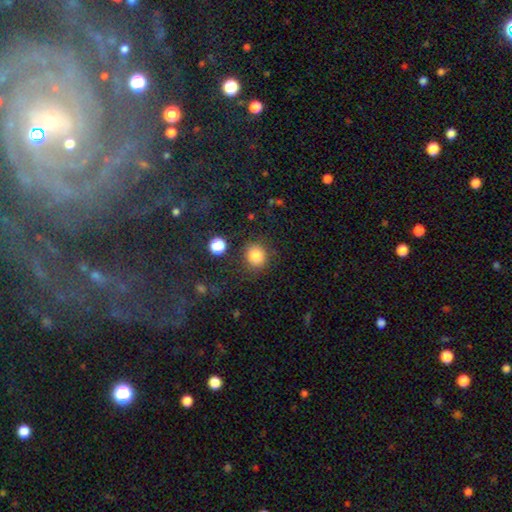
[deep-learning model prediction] Q: Smooth or featured?
A: smooth (84%); runner-up: star or artifact (11%)
Q: How rounded?
A: round (80%); runner-up: in between (19%)
Q: Merging?
A: none (82%); runner-up: minor disturbance (10%)